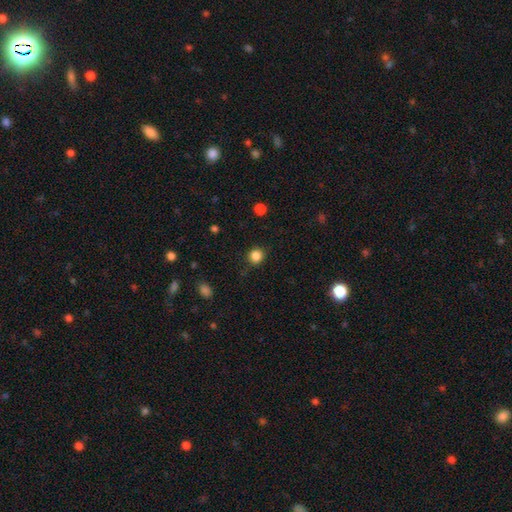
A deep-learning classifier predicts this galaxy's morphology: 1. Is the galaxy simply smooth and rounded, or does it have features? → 84% smooth, 12% star or artifact, 4% featured or disk.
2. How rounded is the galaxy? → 90% round, 9% in between, 1% cigar-shaped.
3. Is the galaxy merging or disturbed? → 86% none, 10% minor disturbance, 3% major disturbance, 1% merger.